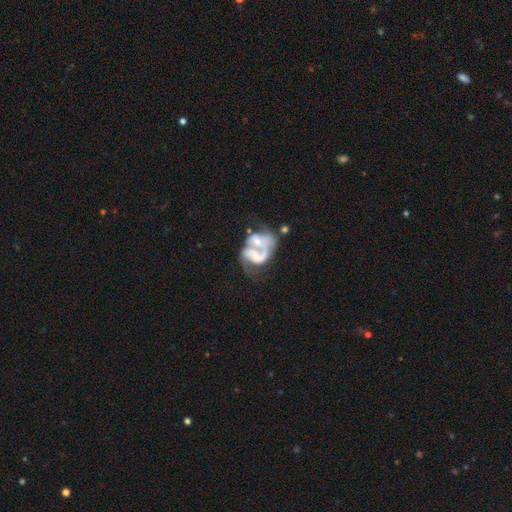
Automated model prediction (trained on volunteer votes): smooth_or_featured: featured or disk (p=0.76) [alt: smooth p=0.17]
disk_edge_on: no (p=0.98) [alt: yes p=0.02]
bar: no (p=0.60) [alt: weak p=0.30]
has_spiral_arms: yes (p=0.79) [alt: no p=0.21]
spiral_winding: medium (p=0.43) [alt: loose p=0.41]
spiral_arm_count: 2 (p=0.59) [alt: 1 p=0.25]
bulge_size: moderate (p=0.39) [alt: small p=0.37]
merging: merger (p=0.62) [alt: major disturbance p=0.18]